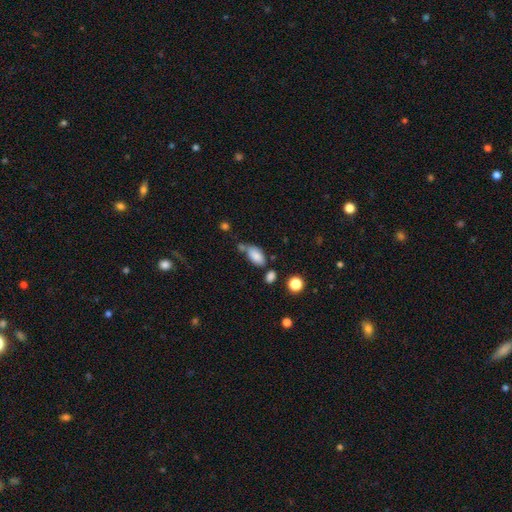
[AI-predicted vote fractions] Q: Smooth or featured?
A: smooth (84%); runner-up: star or artifact (9%)
Q: How rounded?
A: in between (92%); runner-up: round (4%)
Q: Merging?
A: none (51%); runner-up: merger (21%)